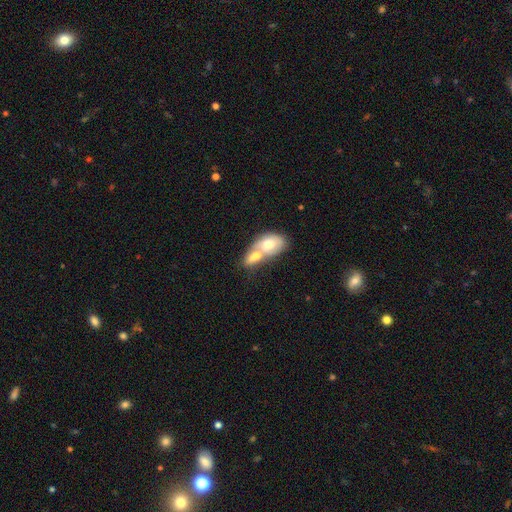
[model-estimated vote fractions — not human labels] Smooth or featured?
  - smooth: 67% *
  - featured or disk: 27%
  - star or artifact: 6%
How rounded?
  - in between: 84% *
  - round: 11%
  - cigar-shaped: 5%
Merging?
  - merger: 73% *
  - none: 17%
  - minor disturbance: 6%
  - major disturbance: 4%